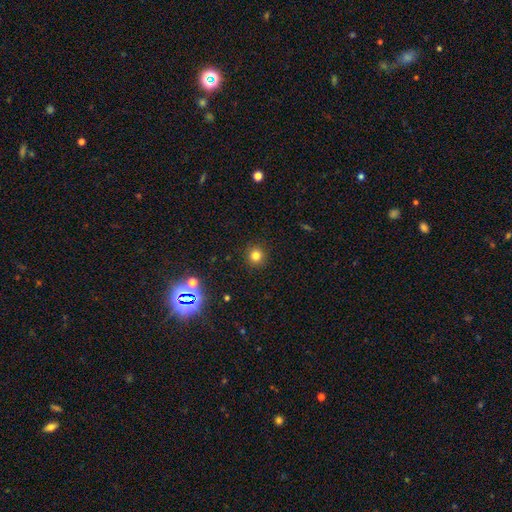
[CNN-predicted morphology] The model was most divided on "smooth or featured": smooth: 79%, star or artifact: 15%, featured or disk: 6%. More confident: how rounded — round (94%); merging — none (91%).